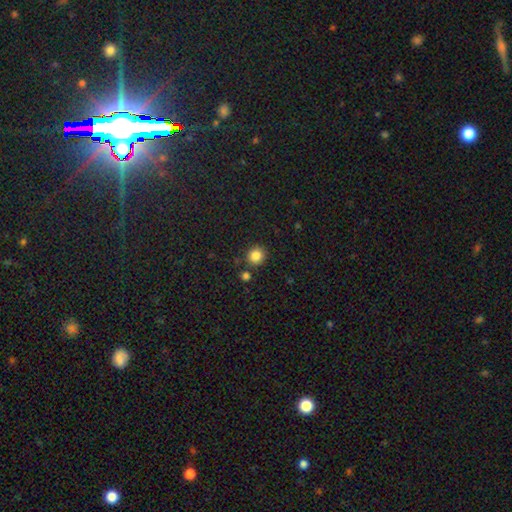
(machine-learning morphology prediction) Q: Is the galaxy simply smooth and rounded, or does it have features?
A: smooth — 84%.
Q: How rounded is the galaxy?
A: round — 89%.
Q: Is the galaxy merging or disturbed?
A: none — 83%.